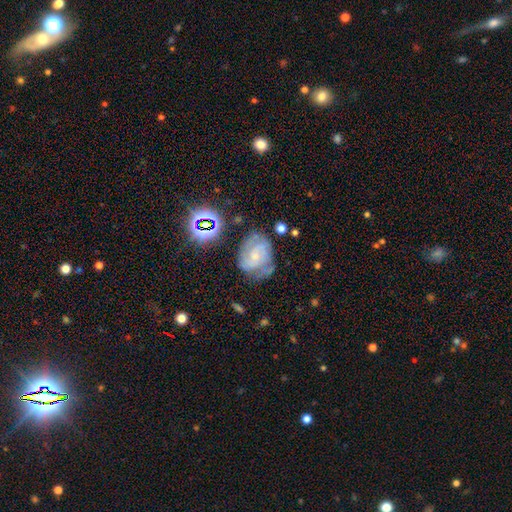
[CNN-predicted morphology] Smooth or featured?
  - featured or disk: 73% *
  - smooth: 16%
  - star or artifact: 11%
Edge-on disk?
  - no: 97% *
  - yes: 3%
Bar?
  - no: 56% *
  - weak: 35%
  - strong: 8%
Spiral arms?
  - yes: 92% *
  - no: 8%
Spiral winding?
  - tight: 46% *
  - medium: 42%
  - loose: 11%
Spiral arm count?
  - 2: 50% *
  - can't tell: 24%
  - 3: 16%
  - 1: 4%
  - 4: 4%
  - more than 4: 3%
Bulge size?
  - small: 68% *
  - moderate: 24%
  - none: 5%
  - large: 2%
  - dominant: 1%
Merging?
  - none: 56% *
  - minor disturbance: 27%
  - major disturbance: 13%
  - merger: 4%